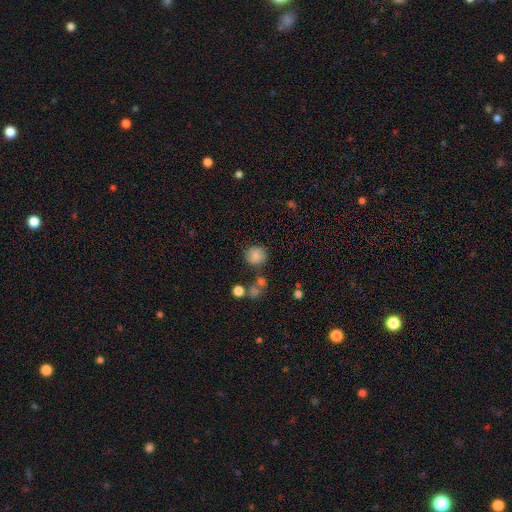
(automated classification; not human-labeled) The model was most divided on "merging": none: 77%, minor disturbance: 11%, merger: 8%, major disturbance: 4%. More confident: how rounded — round (90%); smooth or featured — smooth (82%).